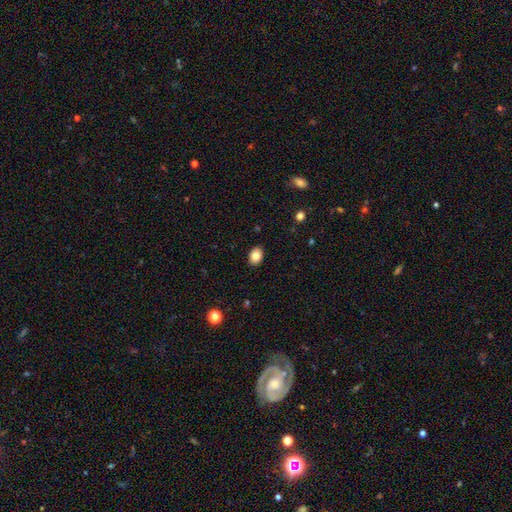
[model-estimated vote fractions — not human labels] Smooth or featured?
  - smooth: 84% *
  - star or artifact: 9%
  - featured or disk: 8%
How rounded?
  - in between: 71% *
  - round: 28%
  - cigar-shaped: 1%
Merging?
  - none: 89% *
  - minor disturbance: 9%
  - major disturbance: 2%
  - merger: 1%